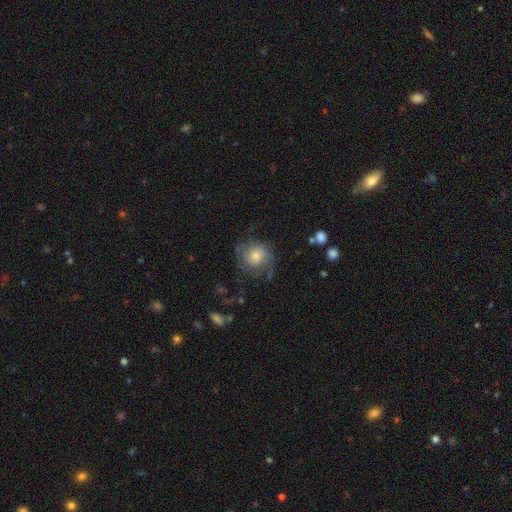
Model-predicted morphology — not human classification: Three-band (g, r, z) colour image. It shows a featured or disk galaxy (59%) with no bar (78%), spiral arms (87%) and a moderate central bulge (51%). Merging: none (68%).